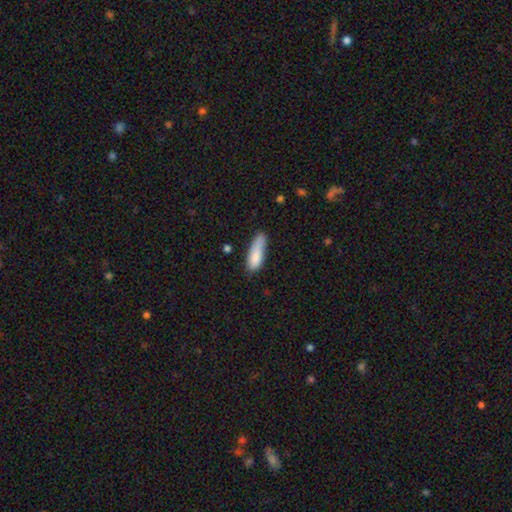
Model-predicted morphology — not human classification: type=smooth (83%); roundness=cigar-shaped (51%); merging=none (50%).